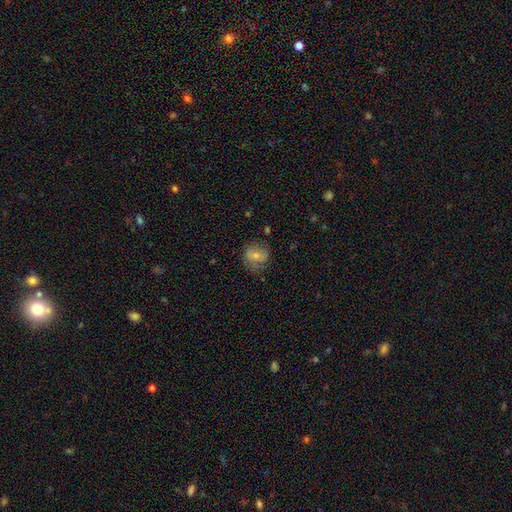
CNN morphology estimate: A smooth galaxy with no disk features (63%) that is round (71%).

Vote fractions:
- Smooth or featured? smooth: 63% / featured or disk: 28% / star or artifact: 9%
- How rounded? round: 71% / in between: 28% / cigar-shaped: 1%
- Merging? none: 64% / minor disturbance: 23% / major disturbance: 11% / merger: 2%